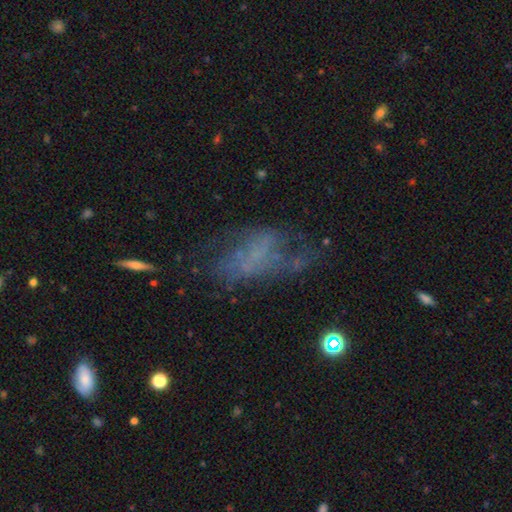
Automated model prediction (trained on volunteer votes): A featured or disk galaxy (47%).

Vote fractions:
- Smooth or featured? featured or disk: 47% / smooth: 33% / star or artifact: 19%
- Merging? none: 39% / major disturbance: 34% / minor disturbance: 22% / merger: 5%